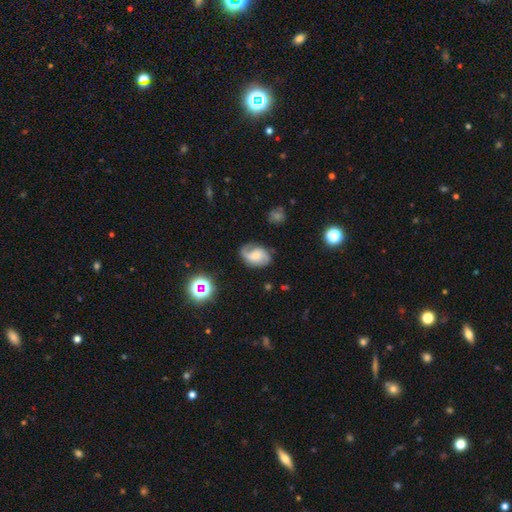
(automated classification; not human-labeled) smooth-or-featured: featured or disk: 70% | smooth: 21% | star or artifact: 9%
  disk-edge-on: no: 97% | yes: 3%
    bar: no: 57% | weak: 36% | strong: 7%
    has-spiral-arms: yes: 93% | no: 7%
      spiral-winding: medium: 46% | loose: 32% | tight: 22%
      spiral-arm-count: 2: 74% | 1: 11% | can't tell: 9% | 3: 4% | 4: 1% | more than 4: 1%
    bulge-size: small: 50% | moderate: 38% | none: 7% | large: 4% | dominant: 1%
  merging: none: 69% | minor disturbance: 21% | major disturbance: 9% | merger: 2%